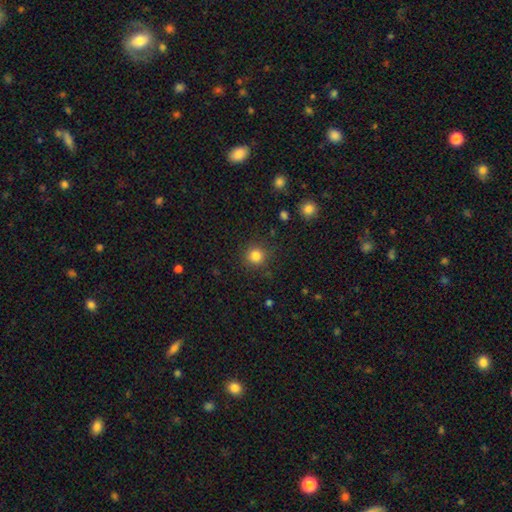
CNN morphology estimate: Smooth or featured?
  - smooth: 83% *
  - star or artifact: 12%
  - featured or disk: 5%
How rounded?
  - round: 93% *
  - in between: 6%
  - cigar-shaped: 1%
Merging?
  - none: 87% *
  - minor disturbance: 8%
  - major disturbance: 3%
  - merger: 2%